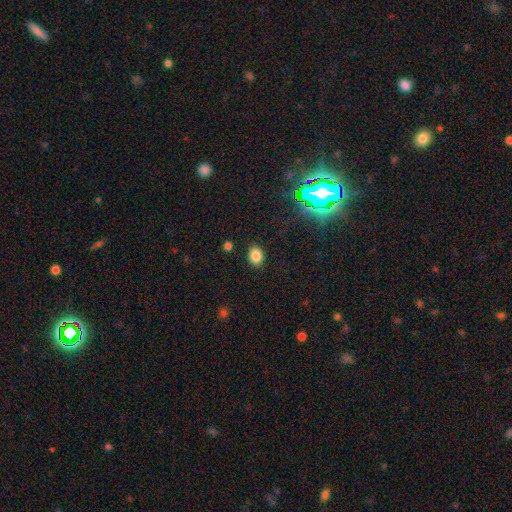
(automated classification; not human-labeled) smooth 83%, star or artifact 12%, featured or disk 5%. Down the decision tree: how rounded — in between (68%); merging — none (87%).